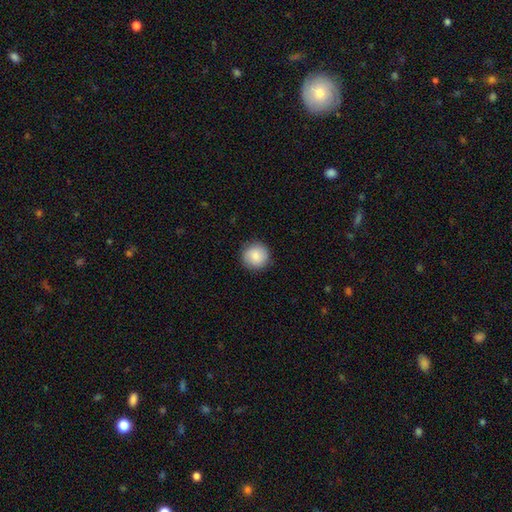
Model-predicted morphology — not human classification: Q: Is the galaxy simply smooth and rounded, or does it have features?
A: smooth — 85%.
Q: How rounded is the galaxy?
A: round — 94%.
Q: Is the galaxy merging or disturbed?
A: none — 89%.